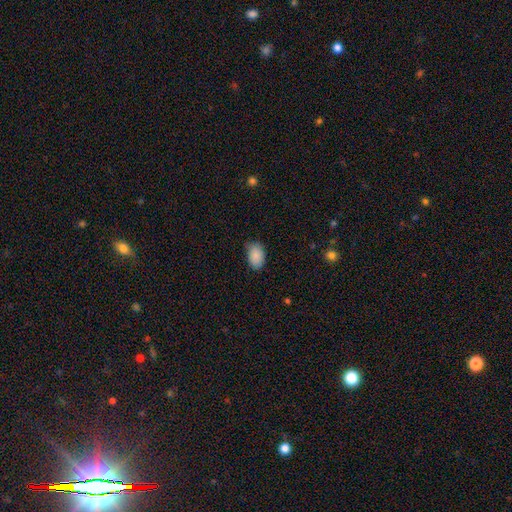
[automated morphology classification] Q: Smooth or featured?
A: smooth (89%); runner-up: star or artifact (7%)
Q: How rounded?
A: in between (89%); runner-up: round (9%)
Q: Merging?
A: none (73%); runner-up: minor disturbance (22%)